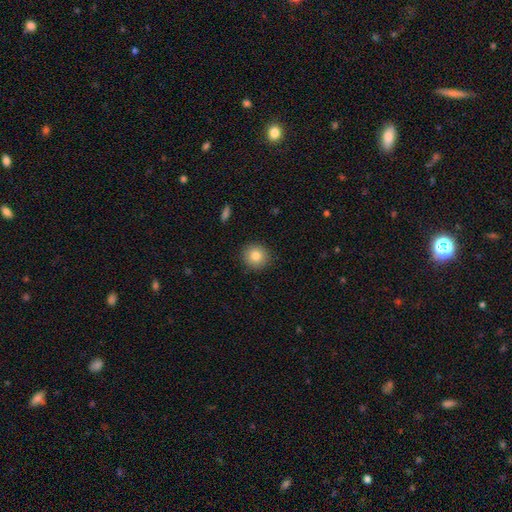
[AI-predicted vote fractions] Morphology: type=smooth (82%); roundness=round (93%); merging=none (91%).